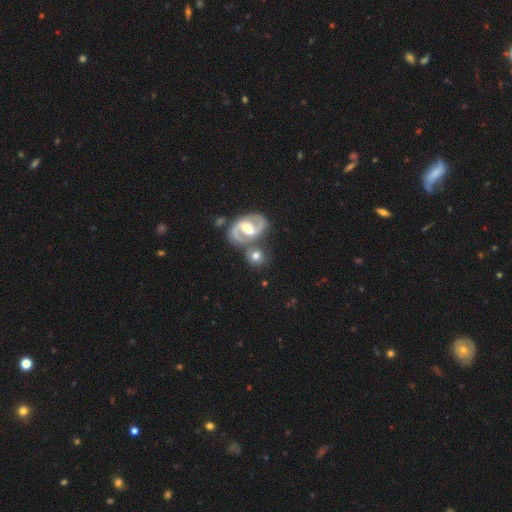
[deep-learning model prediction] A featured or disk galaxy (49%).

Vote fractions:
- Smooth or featured? featured or disk: 49% / smooth: 44% / star or artifact: 7%
- Merging? none: 59% / merger: 25% / minor disturbance: 11% / major disturbance: 4%